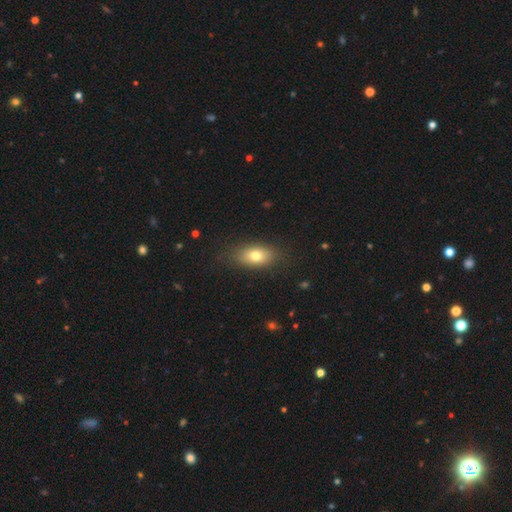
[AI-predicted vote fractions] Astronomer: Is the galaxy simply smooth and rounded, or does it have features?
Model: smooth — 76%.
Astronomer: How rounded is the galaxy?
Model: in between — 84%.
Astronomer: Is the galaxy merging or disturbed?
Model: none — 82%.